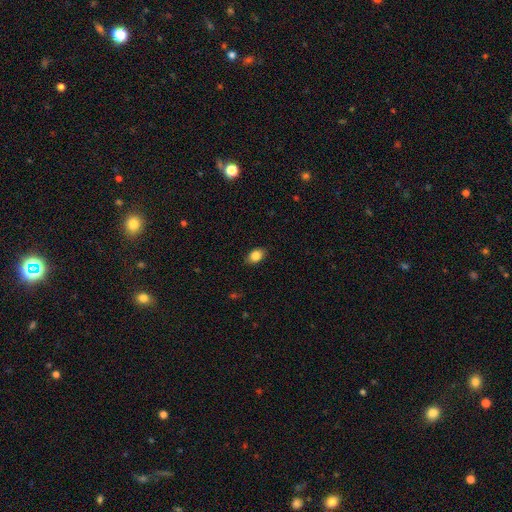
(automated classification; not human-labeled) smooth-or-featured: smooth: 85% | star or artifact: 9% | featured or disk: 6%
  how-rounded: in between: 78% | round: 21% | cigar-shaped: 1%
  merging: none: 86% | minor disturbance: 11% | major disturbance: 2% | merger: 1%